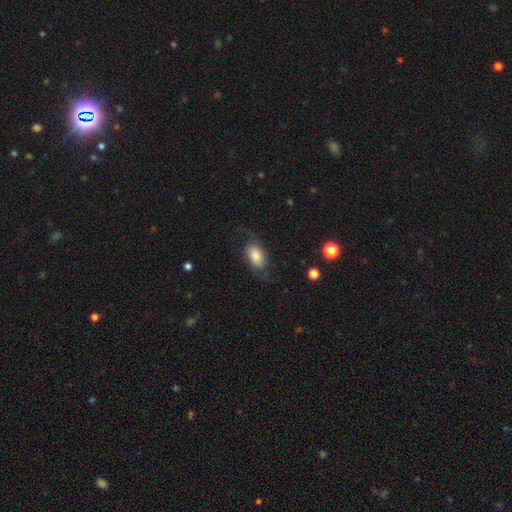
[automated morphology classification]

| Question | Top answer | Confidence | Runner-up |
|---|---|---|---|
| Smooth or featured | smooth | 75% | featured or disk (18%) |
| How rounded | in between | 91% | round (7%) |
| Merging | none | 64% | minor disturbance (21%) |